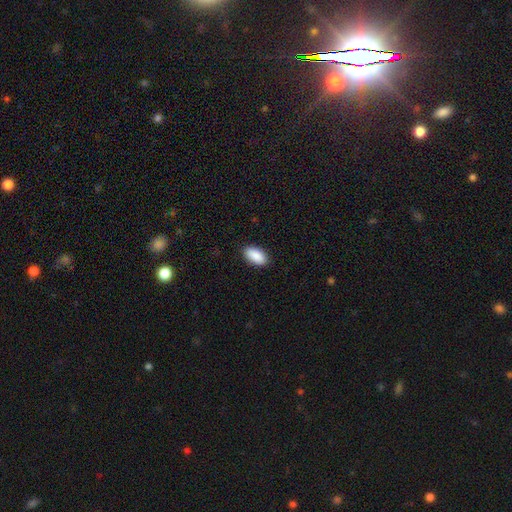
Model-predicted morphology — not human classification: smooth-or-featured: smooth: 90% | star or artifact: 6% | featured or disk: 4%
  how-rounded: in between: 93% | cigar-shaped: 4% | round: 3%
  merging: none: 88% | minor disturbance: 9% | major disturbance: 2% | merger: 1%